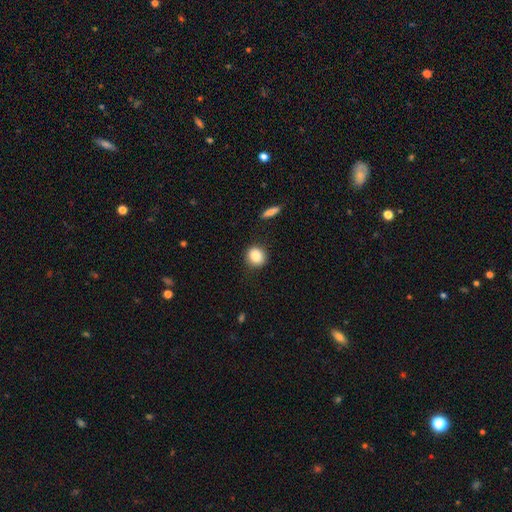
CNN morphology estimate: smooth_or_featured: smooth (p=0.87) [alt: star or artifact p=0.08]
how_rounded: round (p=0.79) [alt: in between p=0.19]
merging: none (p=0.84) [alt: minor disturbance p=0.11]